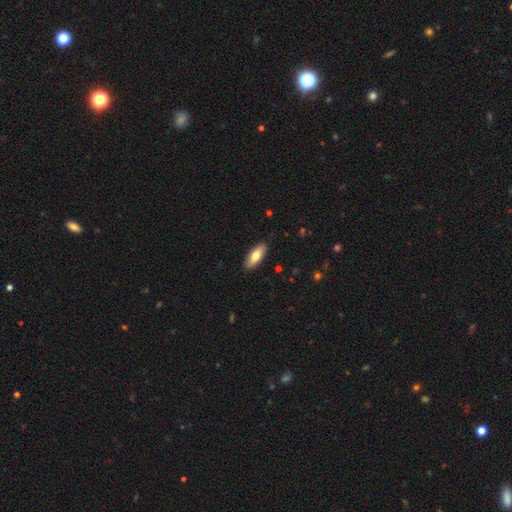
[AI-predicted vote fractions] A smooth galaxy with no disk features (73%) that is in between round and cigar-shaped (78%).

Vote fractions:
- Smooth or featured? smooth: 73% / featured or disk: 21% / star or artifact: 5%
- How rounded? in between: 78% / cigar-shaped: 20% / round: 2%
- Merging? none: 89% / minor disturbance: 9% / major disturbance: 2% / merger: 1%